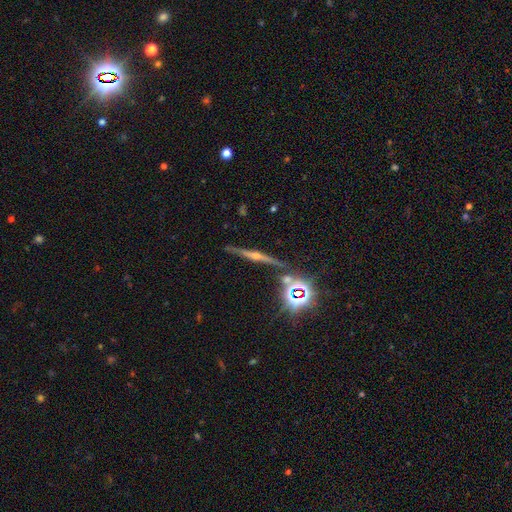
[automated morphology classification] smooth-or-featured: featured or disk: 69% | star or artifact: 20% | smooth: 11%
  disk-edge-on: yes: 96% | no: 4%
    edge-on-bulge: rounded: 90% | boxy: 5% | none: 5%
  merging: none: 86% | minor disturbance: 8% | merger: 4% | major disturbance: 2%